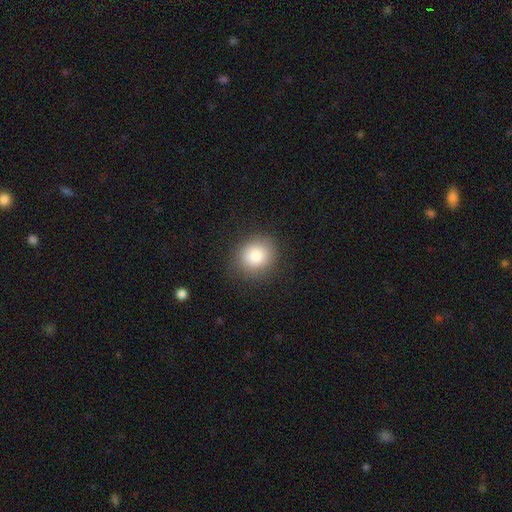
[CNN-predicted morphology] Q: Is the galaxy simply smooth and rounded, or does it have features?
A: smooth — 83%.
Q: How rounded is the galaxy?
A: round — 79%.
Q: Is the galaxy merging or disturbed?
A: none — 86%.